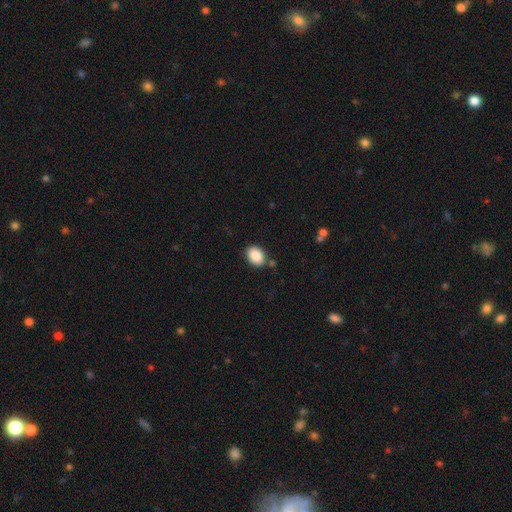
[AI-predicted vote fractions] A smooth galaxy with no disk features (89%) that is in between round and cigar-shaped (77%).

Vote fractions:
- Smooth or featured? smooth: 89% / star or artifact: 7% / featured or disk: 4%
- How rounded? in between: 77% / round: 22% / cigar-shaped: 1%
- Merging? none: 82% / minor disturbance: 11% / merger: 4% / major disturbance: 3%